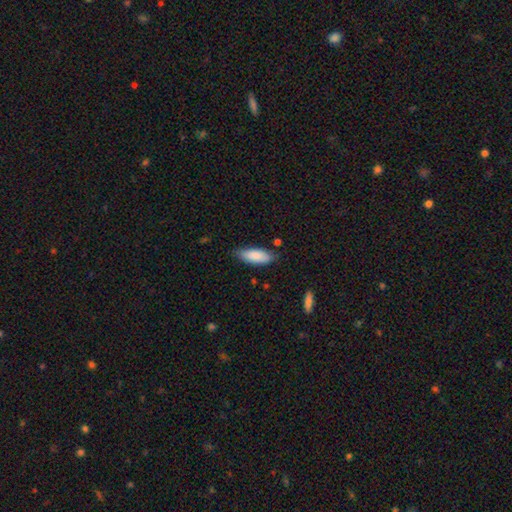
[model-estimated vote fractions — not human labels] smooth 86%, featured or disk 8%, star or artifact 6%. Down the decision tree: how rounded — in between (73%); merging — none (74%).